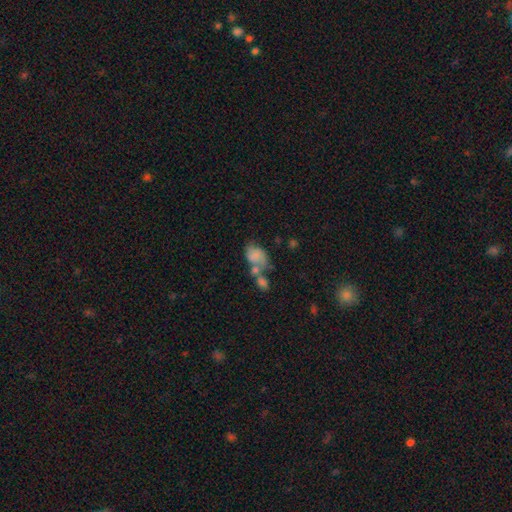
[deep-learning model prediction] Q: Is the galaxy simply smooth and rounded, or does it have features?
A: smooth — 59%.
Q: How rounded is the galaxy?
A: in between — 77%.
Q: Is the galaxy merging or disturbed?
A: merger — 44%.